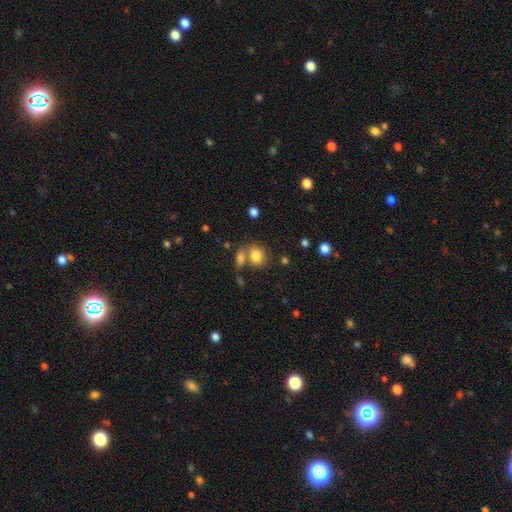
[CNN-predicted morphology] Smooth or featured? smooth (81%)
How rounded? round (56%)
Merging? none (54%)